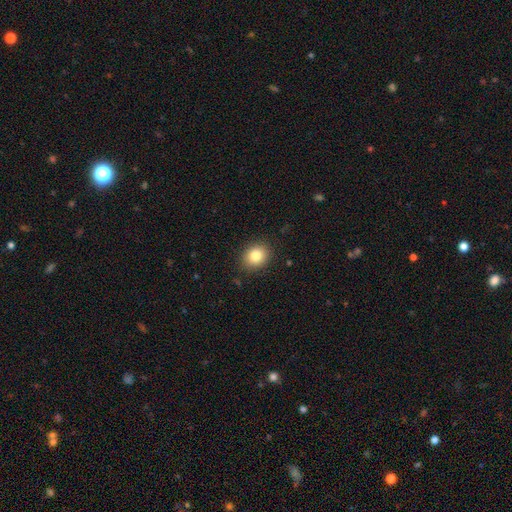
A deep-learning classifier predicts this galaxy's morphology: smooth-or-featured: smooth: 83% | star or artifact: 10% | featured or disk: 7%
  how-rounded: round: 60% | in between: 39% | cigar-shaped: 1%
  merging: none: 88% | minor disturbance: 9% | major disturbance: 2% | merger: 1%